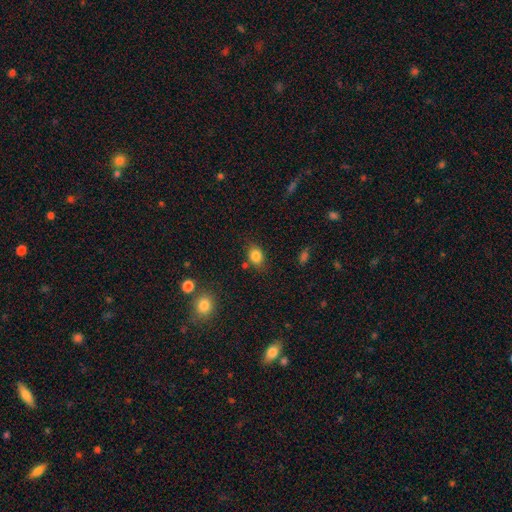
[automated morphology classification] smooth_or_featured: smooth (p=0.84) [alt: star or artifact p=0.10]
how_rounded: in between (p=0.62) [alt: round p=0.36]
merging: none (p=0.75) [alt: minor disturbance p=0.16]